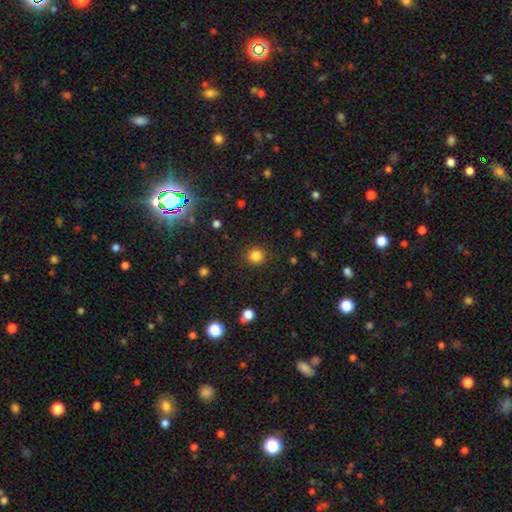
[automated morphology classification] A smooth galaxy with no disk features (83%) that is round (90%).

Vote fractions:
- Smooth or featured? smooth: 83% / star or artifact: 13% / featured or disk: 4%
- How rounded? round: 90% / in between: 9% / cigar-shaped: 1%
- Merging? none: 90% / minor disturbance: 6% / major disturbance: 3% / merger: 1%